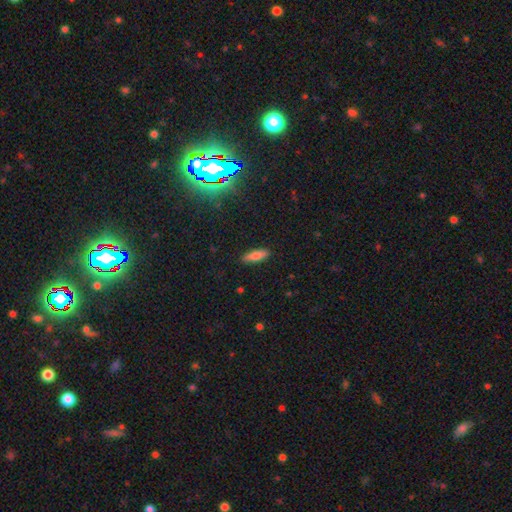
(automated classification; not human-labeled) Q: Smooth or featured?
A: smooth (75%); runner-up: featured or disk (17%)
Q: How rounded?
A: in between (53%); runner-up: cigar-shaped (44%)
Q: Merging?
A: none (89%); runner-up: minor disturbance (8%)